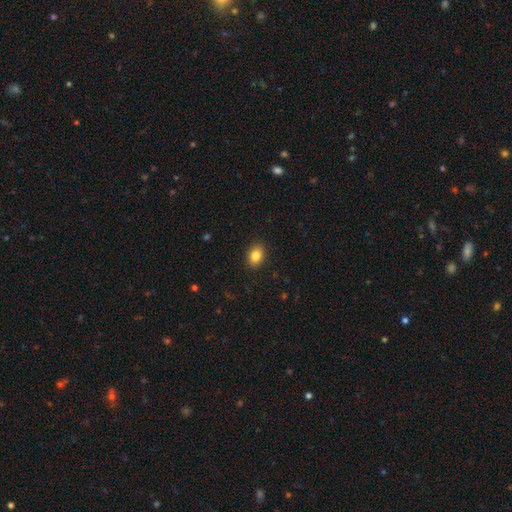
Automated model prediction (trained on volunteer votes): smooth 83%, star or artifact 10%, featured or disk 7%. Down the decision tree: how rounded — in between (70%); merging — none (90%).